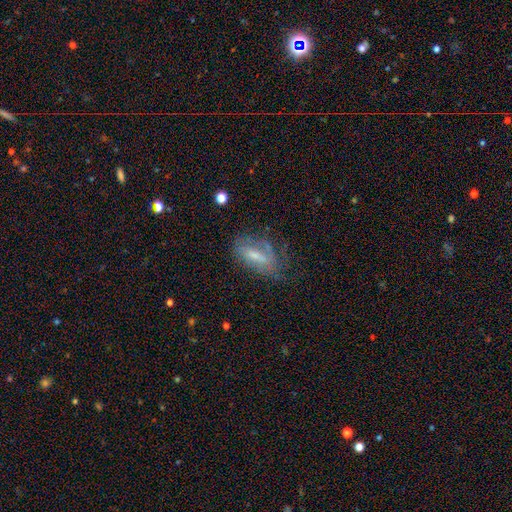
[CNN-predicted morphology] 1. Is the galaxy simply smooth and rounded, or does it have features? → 49% featured or disk, 42% smooth, 10% star or artifact.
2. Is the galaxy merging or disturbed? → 44% none, 28% minor disturbance, 25% major disturbance, 3% merger.